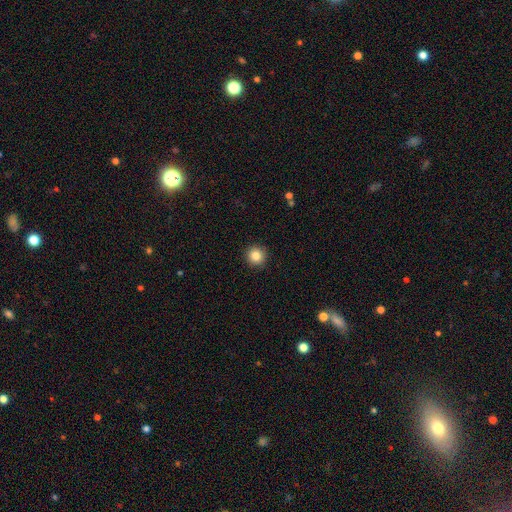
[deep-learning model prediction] smooth_or_featured: smooth (p=0.84) [alt: star or artifact p=0.10]
how_rounded: round (p=0.96) [alt: in between p=0.03]
merging: none (p=0.93) [alt: minor disturbance p=0.04]